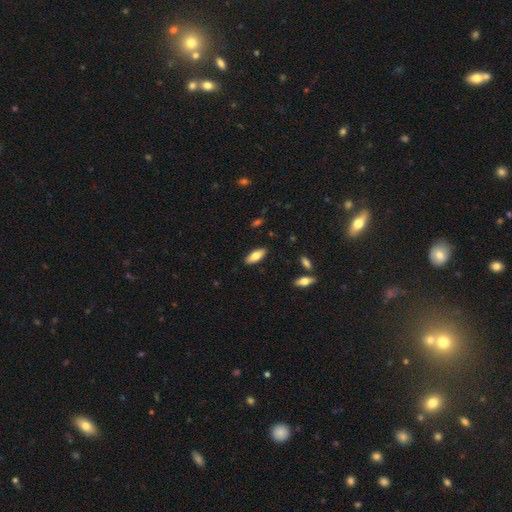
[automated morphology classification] Smooth or featured: smooth — 73% (featured or disk — 21%)
How rounded: in between — 77% (cigar-shaped — 21%)
Merging: none — 88% (minor disturbance — 9%)